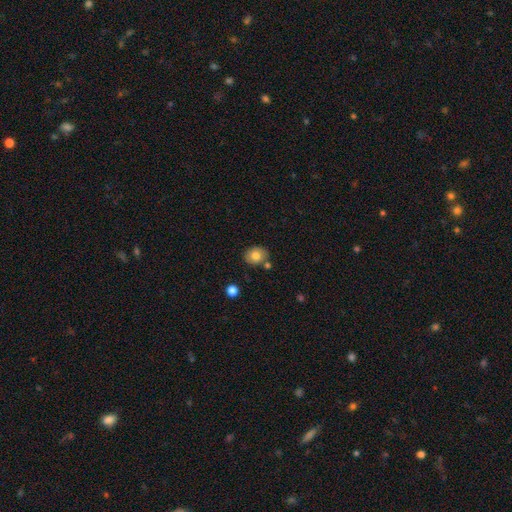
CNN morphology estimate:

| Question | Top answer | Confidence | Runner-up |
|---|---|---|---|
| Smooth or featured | smooth | 76% | featured or disk (15%) |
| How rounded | round | 62% | in between (38%) |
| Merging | none | 75% | minor disturbance (13%) |